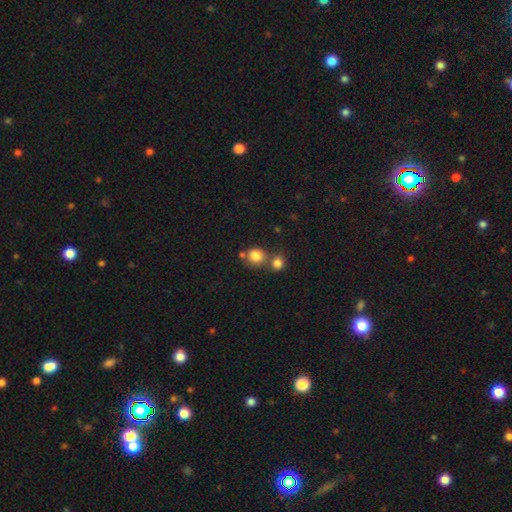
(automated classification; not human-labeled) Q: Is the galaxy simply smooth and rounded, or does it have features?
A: smooth — 82%.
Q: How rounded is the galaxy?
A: round — 85%.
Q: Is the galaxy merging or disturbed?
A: none — 53%.